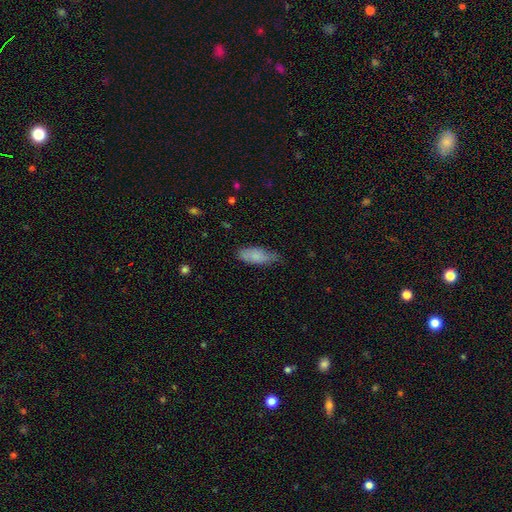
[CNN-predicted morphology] smooth_or_featured: smooth (p=0.79) [alt: featured or disk p=0.14]
how_rounded: in between (p=0.73) [alt: cigar-shaped p=0.25]
merging: none (p=0.59) [alt: minor disturbance p=0.33]